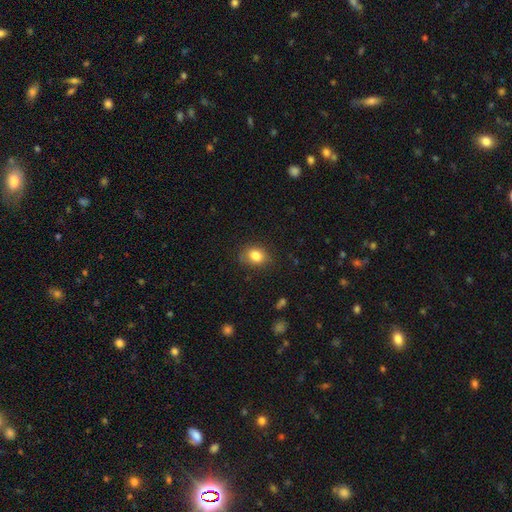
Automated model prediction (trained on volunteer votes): This appears to be a smooth galaxy with no disk features (83%) that is in between round and cigar-shaped (54%). Merging: none (80%).